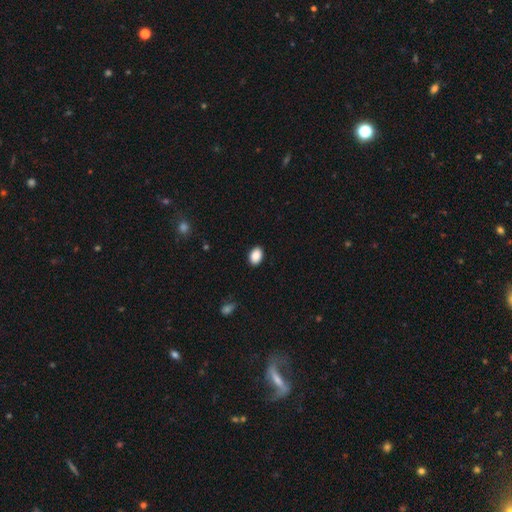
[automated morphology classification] This appears to be a smooth galaxy with no disk features (89%) that is in between round and cigar-shaped (80%). Merging: none (90%).